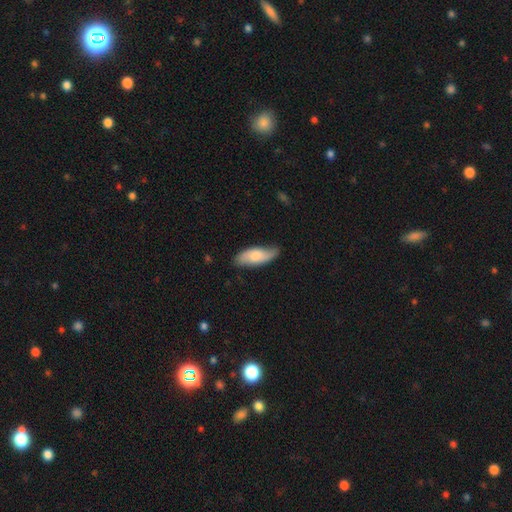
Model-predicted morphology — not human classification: Smooth or featured? smooth (67%)
How rounded? in between (73%)
Merging? none (72%)